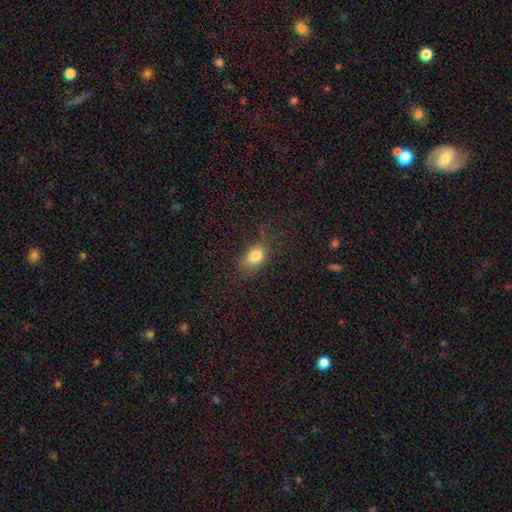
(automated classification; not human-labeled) Smooth or featured? smooth (80%)
How rounded? in between (72%)
Merging? none (67%)